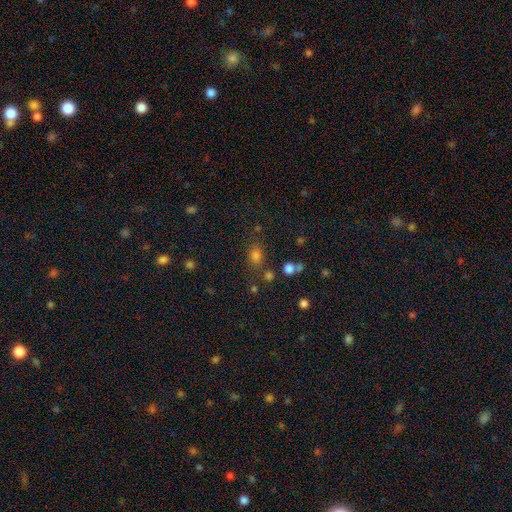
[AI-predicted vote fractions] Smooth or featured?
  - smooth: 71% *
  - star or artifact: 22%
  - featured or disk: 7%
How rounded?
  - in between: 54% *
  - round: 43%
  - cigar-shaped: 2%
Merging?
  - none: 72% *
  - minor disturbance: 14%
  - merger: 8%
  - major disturbance: 6%